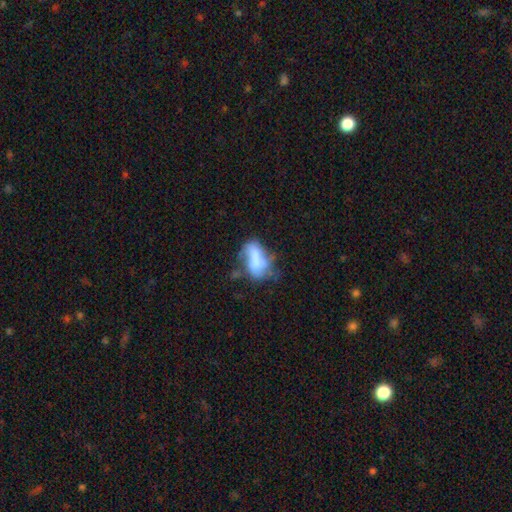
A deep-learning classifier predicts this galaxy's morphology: Smooth or featured?
  - smooth: 52% *
  - featured or disk: 38%
  - star or artifact: 10%
How rounded?
  - in between: 86% *
  - round: 10%
  - cigar-shaped: 4%
Merging?
  - major disturbance: 28% *
  - none: 27%
  - minor disturbance: 24%
  - merger: 21%